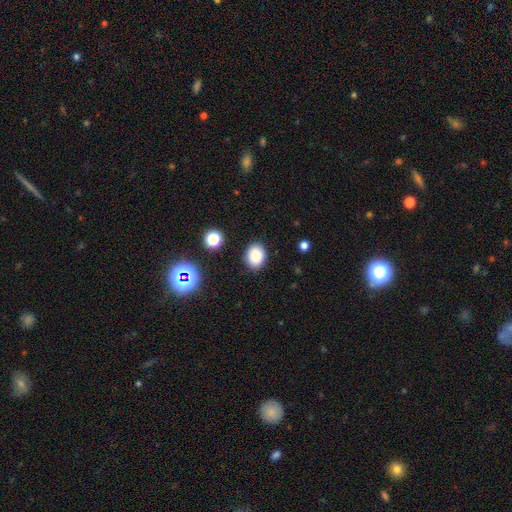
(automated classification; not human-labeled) Overall: smooth (85%). How rounded: in between (64%; round 35%). Merging: none (87%).